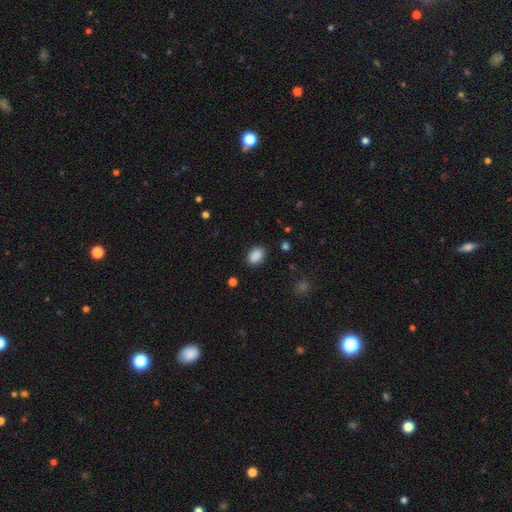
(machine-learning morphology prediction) Smooth or featured?
  - smooth: 89% *
  - star or artifact: 8%
  - featured or disk: 3%
How rounded?
  - in between: 79% *
  - round: 20%
  - cigar-shaped: 1%
Merging?
  - none: 88% *
  - minor disturbance: 9%
  - major disturbance: 3%
  - merger: 1%